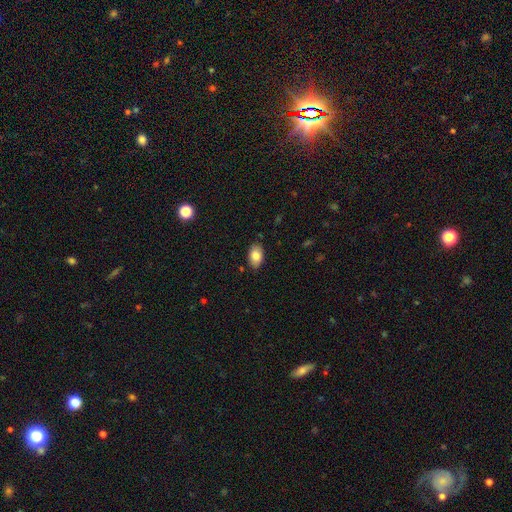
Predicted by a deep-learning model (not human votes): A smooth galaxy with no disk features (84%) that is in between round and cigar-shaped (90%).

Vote fractions:
- Smooth or featured? smooth: 84% / featured or disk: 9% / star or artifact: 7%
- How rounded? in between: 90% / round: 8% / cigar-shaped: 1%
- Merging? none: 86% / minor disturbance: 11% / major disturbance: 2% / merger: 1%